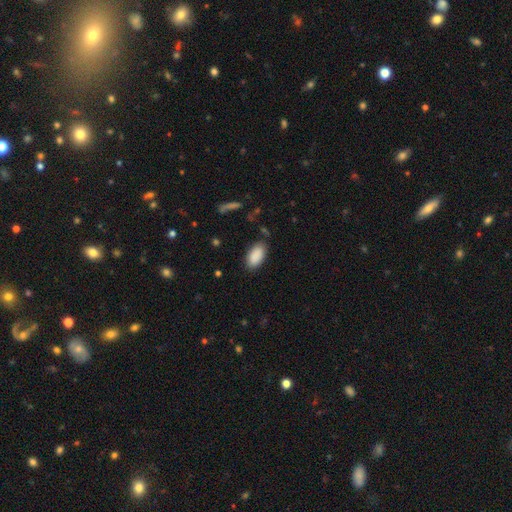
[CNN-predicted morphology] smooth-or-featured: smooth: 90% | star or artifact: 6% | featured or disk: 4%
  how-rounded: in between: 94% | cigar-shaped: 3% | round: 3%
  merging: none: 84% | minor disturbance: 12% | major disturbance: 3% | merger: 2%